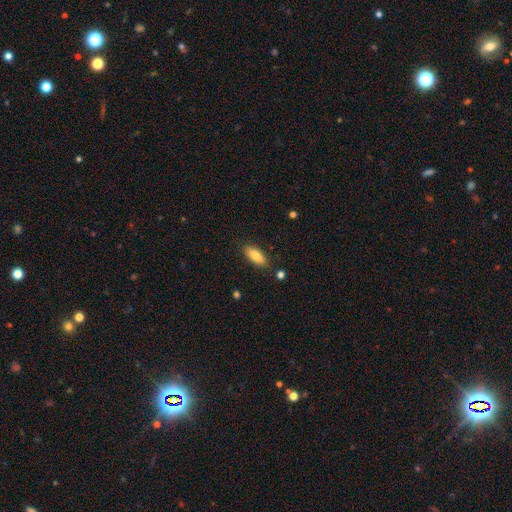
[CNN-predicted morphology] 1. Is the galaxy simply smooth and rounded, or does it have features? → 83% smooth, 10% featured or disk, 7% star or artifact.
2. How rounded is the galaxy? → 78% in between, 20% cigar-shaped, 2% round.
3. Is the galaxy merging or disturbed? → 86% none, 10% minor disturbance, 2% major disturbance, 2% merger.